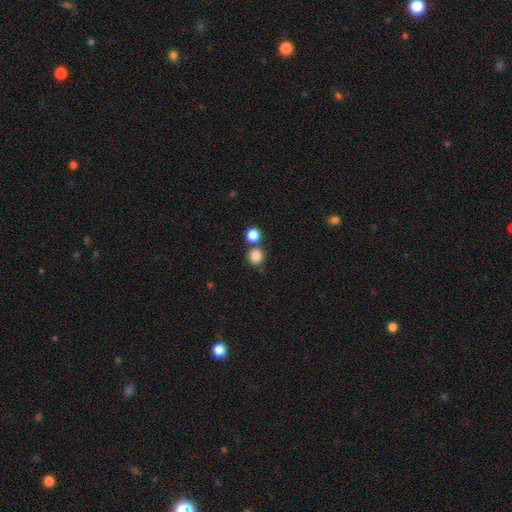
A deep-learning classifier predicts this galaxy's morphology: type=smooth (84%); roundness=round (91%); merging=none (69%).